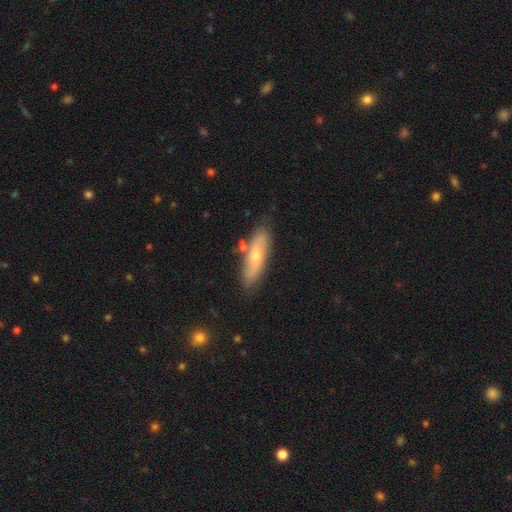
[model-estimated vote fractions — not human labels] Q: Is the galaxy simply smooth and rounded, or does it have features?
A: smooth — 56%.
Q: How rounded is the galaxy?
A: cigar-shaped — 55%.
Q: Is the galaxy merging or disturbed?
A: none — 77%.